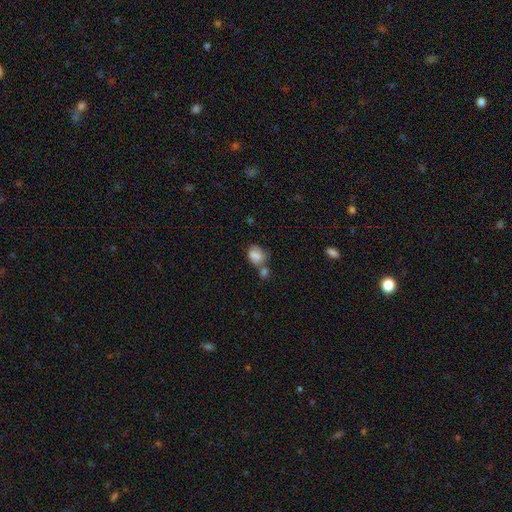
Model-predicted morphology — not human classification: Smooth or featured: smooth — 80% (featured or disk — 11%)
How rounded: in between — 64% (round — 35%)
Merging: merger — 41% (none — 33%)